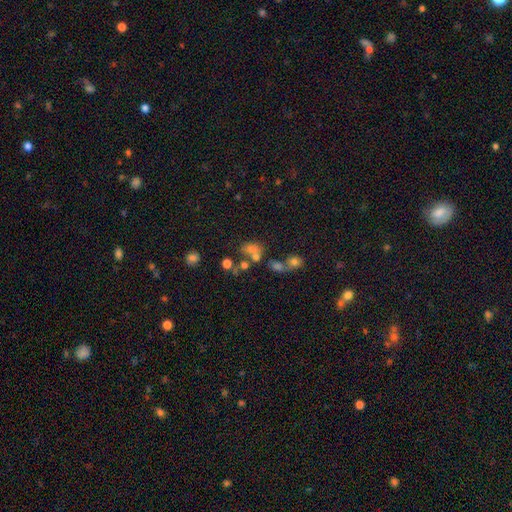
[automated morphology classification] smooth-or-featured: smooth: 60% | star or artifact: 22% | featured or disk: 18%
  how-rounded: in between: 56% | round: 42% | cigar-shaped: 2%
  merging: merger: 45% | none: 30% | major disturbance: 13% | minor disturbance: 12%